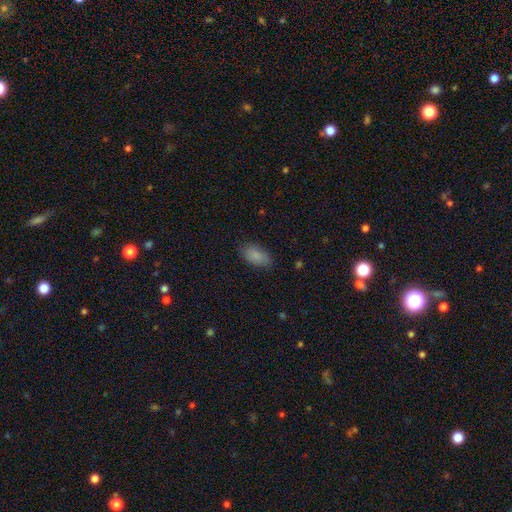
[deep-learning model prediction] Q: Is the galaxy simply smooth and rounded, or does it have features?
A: smooth — 87%.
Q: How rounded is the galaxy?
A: in between — 93%.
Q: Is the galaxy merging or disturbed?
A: none — 81%.